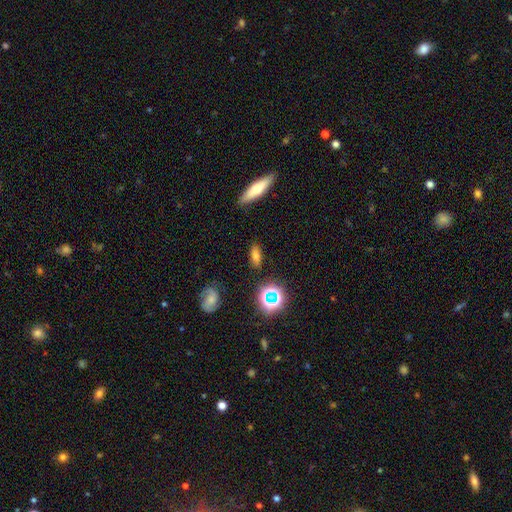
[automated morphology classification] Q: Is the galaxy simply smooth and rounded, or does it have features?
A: smooth — 68%.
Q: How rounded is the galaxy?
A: in between — 66%.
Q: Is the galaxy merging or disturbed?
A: none — 84%.